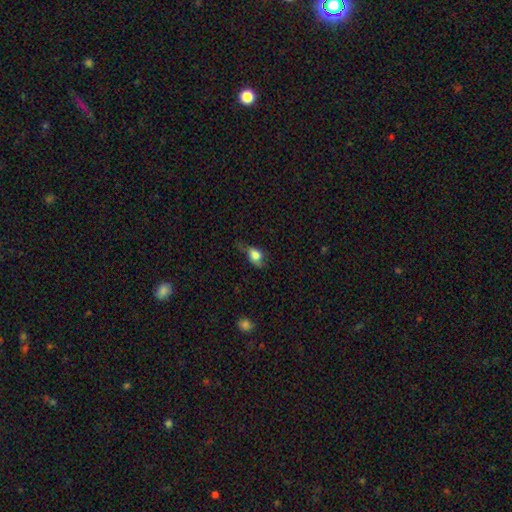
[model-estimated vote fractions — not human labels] A smooth galaxy with no disk features (75%) that is in between round and cigar-shaped (72%).

Vote fractions:
- Smooth or featured? smooth: 75% / featured or disk: 16% / star or artifact: 9%
- How rounded? in between: 72% / round: 24% / cigar-shaped: 3%
- Merging? none: 45% / minor disturbance: 35% / major disturbance: 18% / merger: 2%